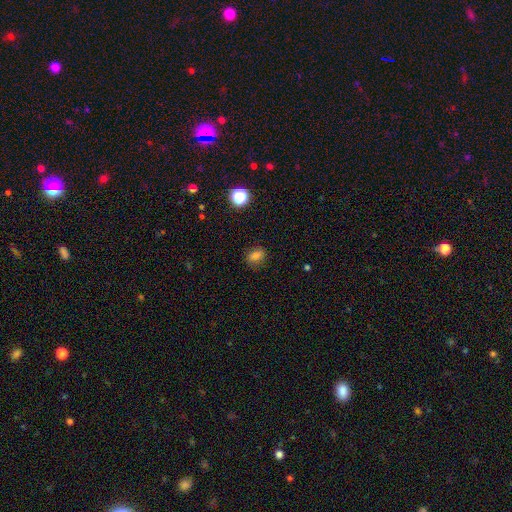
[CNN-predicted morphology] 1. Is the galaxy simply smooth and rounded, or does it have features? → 79% smooth, 15% star or artifact, 6% featured or disk.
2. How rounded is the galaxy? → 64% in between, 34% round, 2% cigar-shaped.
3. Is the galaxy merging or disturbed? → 81% none, 14% minor disturbance, 4% major disturbance, 1% merger.